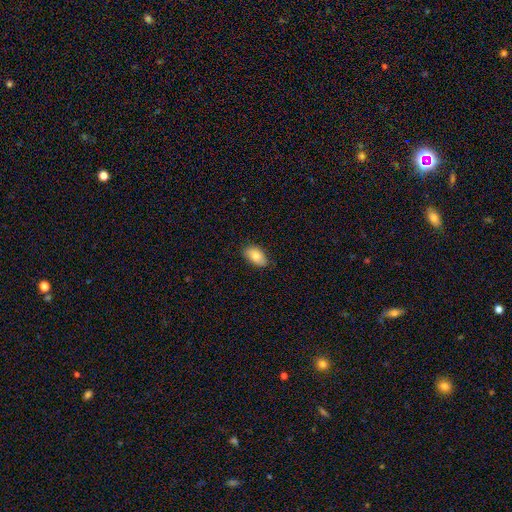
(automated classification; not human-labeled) Smooth or featured: smooth — 79% (featured or disk — 14%)
How rounded: in between — 93% (round — 6%)
Merging: none — 80% (minor disturbance — 16%)